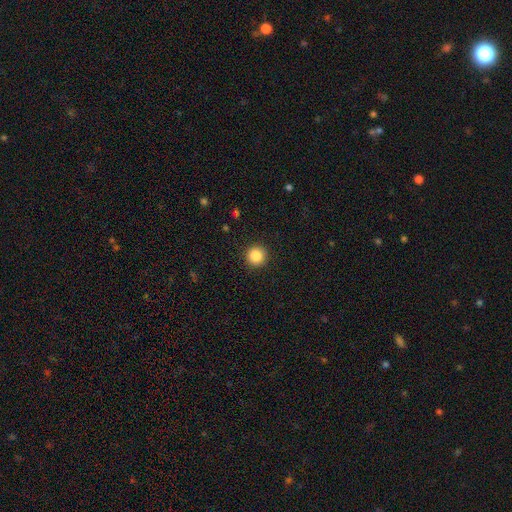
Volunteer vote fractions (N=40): Smooth or featured? smooth (92%)
How rounded? round (100%)
Merging? none (89%)